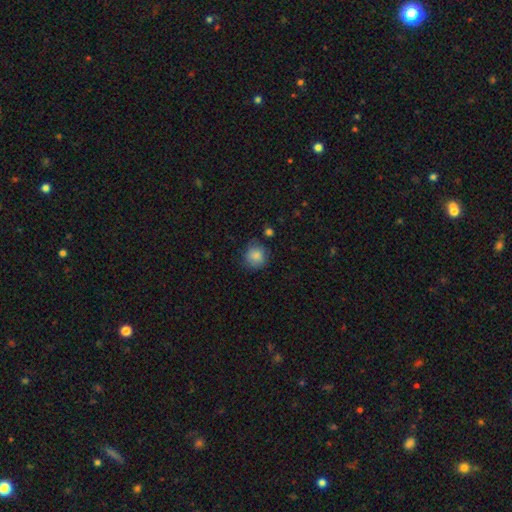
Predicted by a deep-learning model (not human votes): Q: Smooth or featured?
A: smooth (85%); runner-up: star or artifact (9%)
Q: How rounded?
A: round (88%); runner-up: in between (11%)
Q: Merging?
A: none (75%); runner-up: minor disturbance (18%)